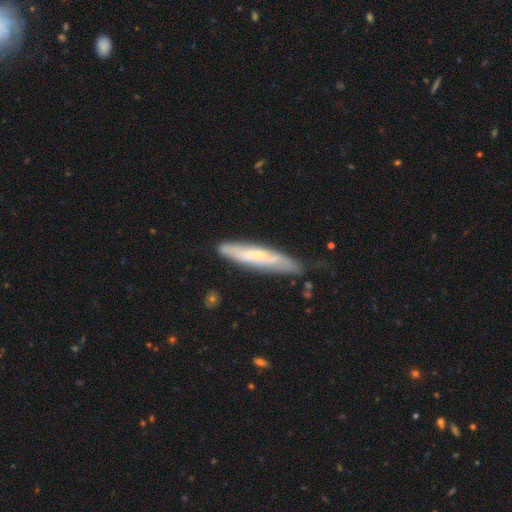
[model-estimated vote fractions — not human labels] The model was most divided on "smooth or featured": featured or disk: 50%, smooth: 43%, star or artifact: 6%. More confident: merging — none (67%); edge-on disk — yes (61%).